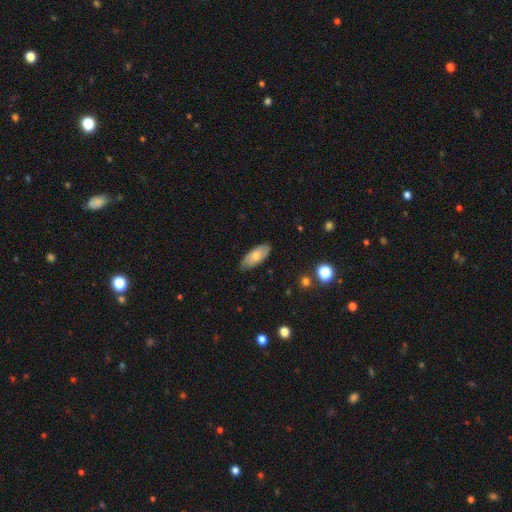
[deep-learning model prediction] smooth-or-featured: smooth: 74% | featured or disk: 20% | star or artifact: 6%
  how-rounded: in between: 86% | cigar-shaped: 12% | round: 2%
  merging: none: 83% | minor disturbance: 14% | major disturbance: 2% | merger: 1%